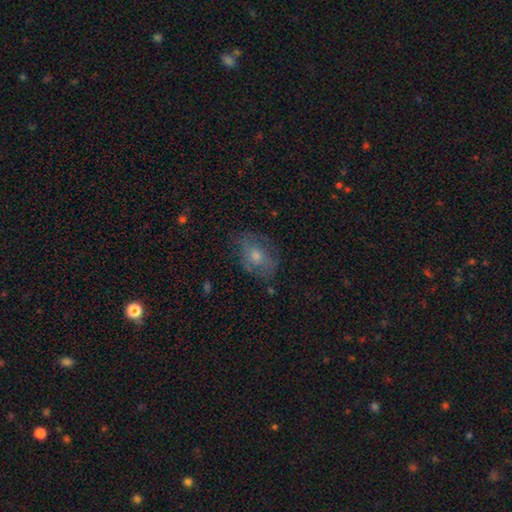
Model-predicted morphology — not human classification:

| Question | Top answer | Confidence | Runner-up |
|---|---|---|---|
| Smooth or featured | smooth | 47% | featured or disk (41%) |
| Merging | none | 69% | minor disturbance (20%) |